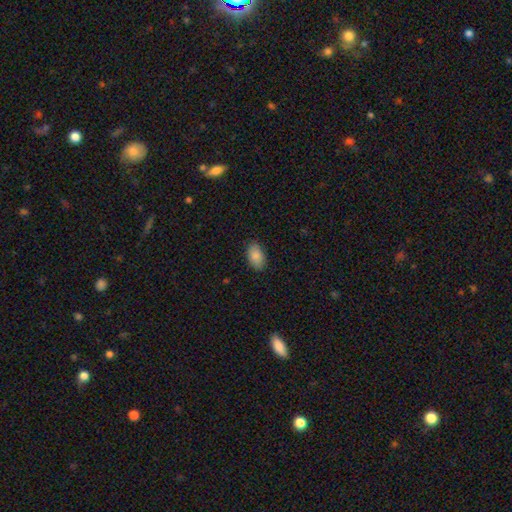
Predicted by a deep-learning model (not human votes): Smooth or featured? smooth (87%)
How rounded? in between (93%)
Merging? none (87%)